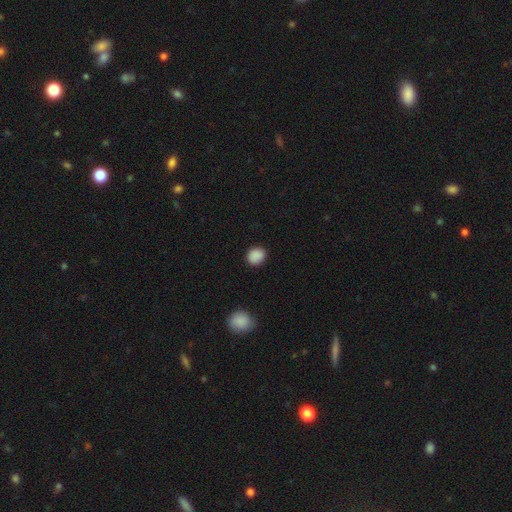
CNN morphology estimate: smooth_or_featured: smooth (p=0.88) [alt: star or artifact p=0.09]
how_rounded: round (p=0.67) [alt: in between p=0.32]
merging: none (p=0.87) [alt: minor disturbance p=0.09]